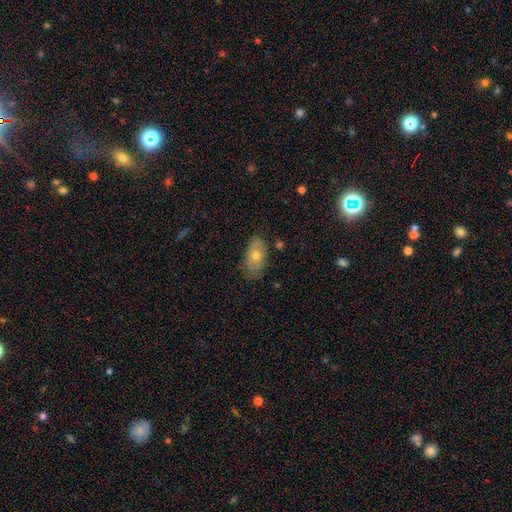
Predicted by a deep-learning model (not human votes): smooth-or-featured: smooth: 58% | featured or disk: 32% | star or artifact: 10%
  how-rounded: in between: 88% | round: 8% | cigar-shaped: 4%
  merging: none: 72% | minor disturbance: 22% | major disturbance: 5% | merger: 2%